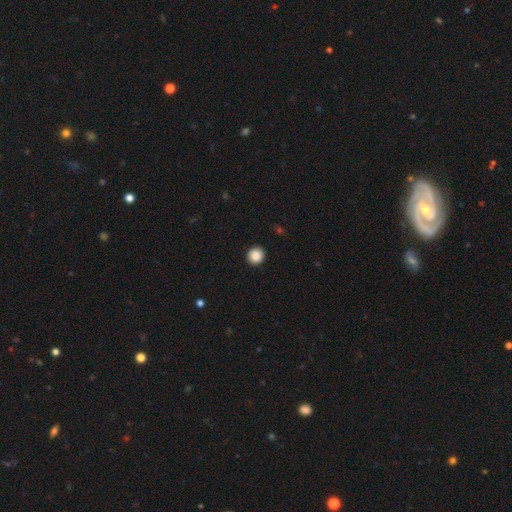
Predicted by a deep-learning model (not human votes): Smooth or featured? Predicted: smooth (p=0.88). How rounded? Predicted: round (p=0.92). Merging? Predicted: none (p=0.92).